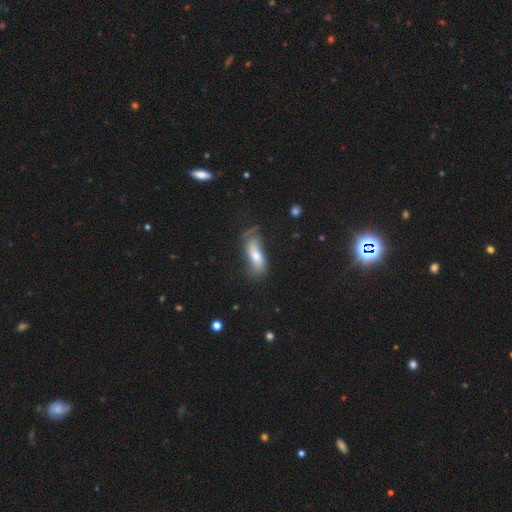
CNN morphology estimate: A smooth galaxy with no disk features (56%) that is in between round and cigar-shaped (64%). Merging: none (48%).